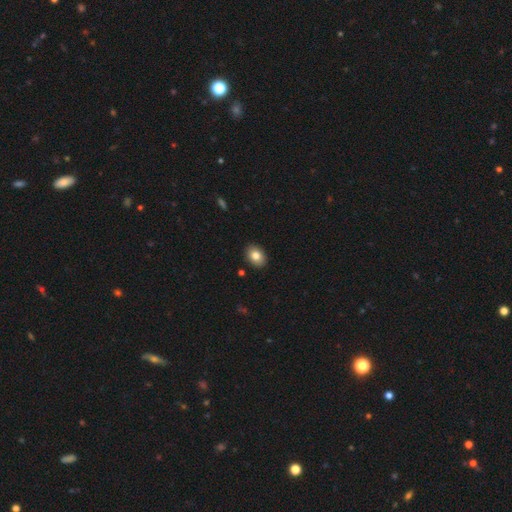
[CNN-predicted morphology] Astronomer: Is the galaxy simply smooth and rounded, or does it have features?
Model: smooth — 82%.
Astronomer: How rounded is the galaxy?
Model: in between — 69%.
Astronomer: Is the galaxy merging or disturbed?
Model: none — 90%.